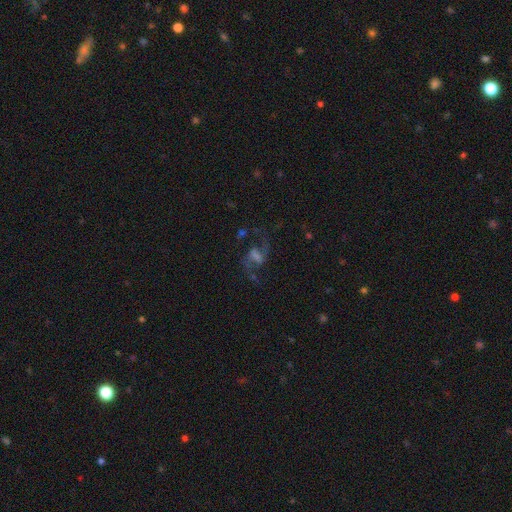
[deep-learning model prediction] This appears to be a featured or disk galaxy (76%) with a weak bar (49%), 2 (92%) loose (67%) spiral arms (93%) and no central bulge (37%). Merging: none (68%).